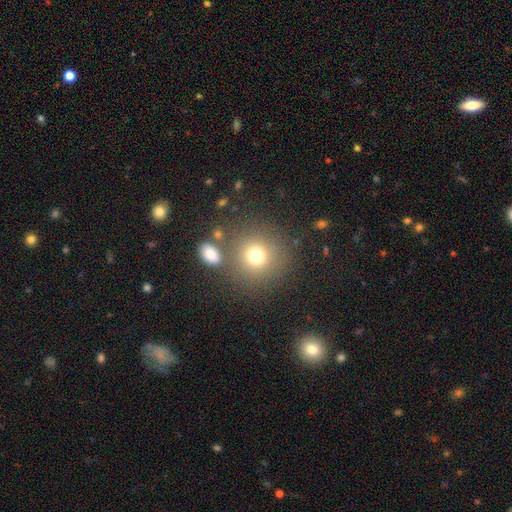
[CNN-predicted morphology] Q: Smooth or featured?
A: smooth (75%); runner-up: star or artifact (15%)
Q: How rounded?
A: round (90%); runner-up: in between (9%)
Q: Merging?
A: none (76%); runner-up: merger (10%)